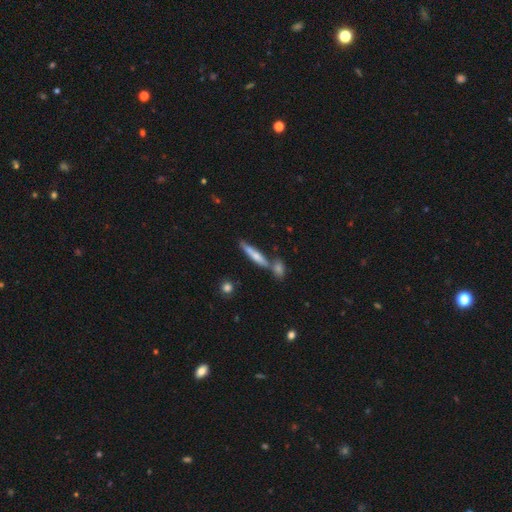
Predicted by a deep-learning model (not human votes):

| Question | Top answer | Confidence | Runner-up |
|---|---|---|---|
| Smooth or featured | smooth | 62% | featured or disk (32%) |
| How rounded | cigar-shaped | 87% | in between (11%) |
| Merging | none | 60% | merger (24%) |